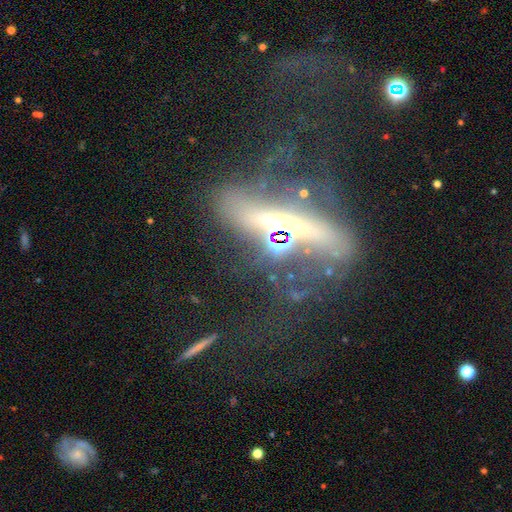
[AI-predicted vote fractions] A featured or disk galaxy (73%) viewed edge-on (61%). Merging: major disturbance (42%).